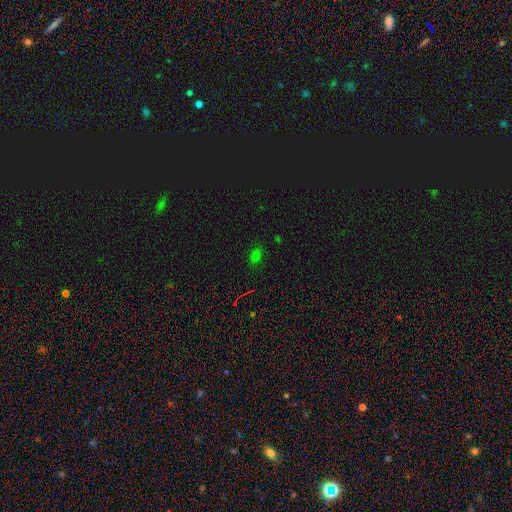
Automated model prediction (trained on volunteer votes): The model was most divided on "smooth or featured": smooth: 65%, star or artifact: 29%, featured or disk: 6%. More confident: merging — none (82%); how rounded — in between (77%).